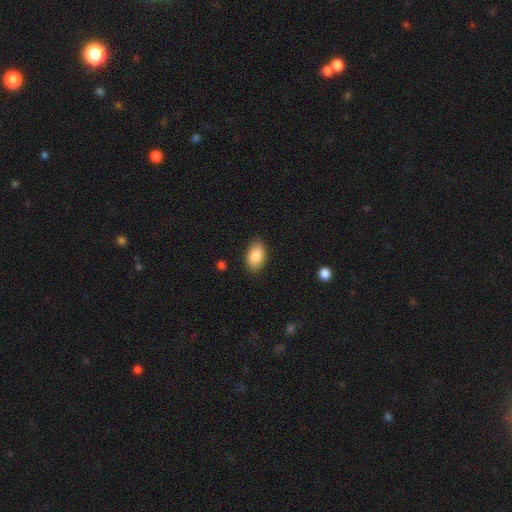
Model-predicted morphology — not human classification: A smooth galaxy with no disk features (87%) that is in between round and cigar-shaped (92%).

Vote fractions:
- Smooth or featured? smooth: 87% / star or artifact: 7% / featured or disk: 6%
- How rounded? in between: 92% / round: 6% / cigar-shaped: 2%
- Merging? none: 87% / minor disturbance: 10% / major disturbance: 2% / merger: 1%